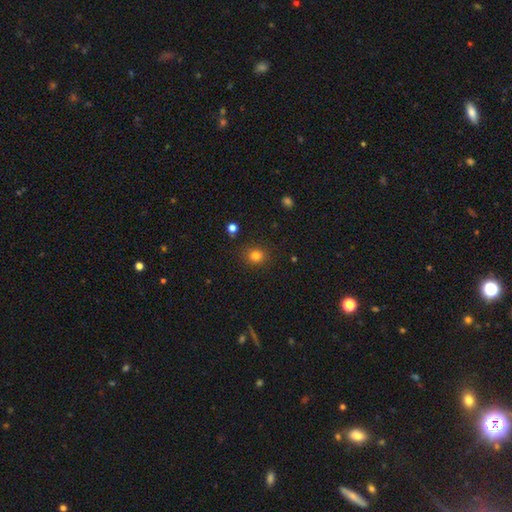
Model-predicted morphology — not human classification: Smooth or featured?
  - smooth: 80% *
  - star or artifact: 14%
  - featured or disk: 6%
How rounded?
  - round: 80% *
  - in between: 19%
  - cigar-shaped: 1%
Merging?
  - none: 86% *
  - minor disturbance: 9%
  - major disturbance: 3%
  - merger: 2%